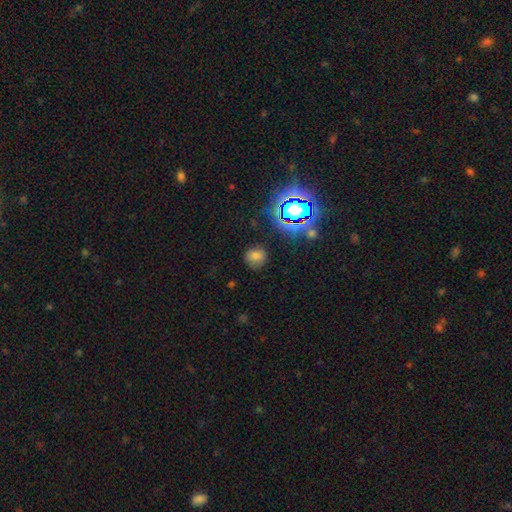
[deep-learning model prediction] Morphology: type=smooth (66%); roundness=round (75%); merging=none (80%).